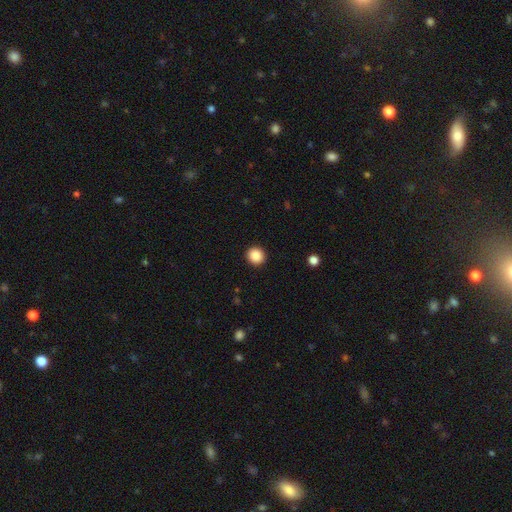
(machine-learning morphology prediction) smooth-or-featured: smooth: 87% | star or artifact: 9% | featured or disk: 3%
  how-rounded: round: 92% | in between: 7% | cigar-shaped: 1%
  merging: none: 93% | minor disturbance: 5% | major disturbance: 2% | merger: 1%